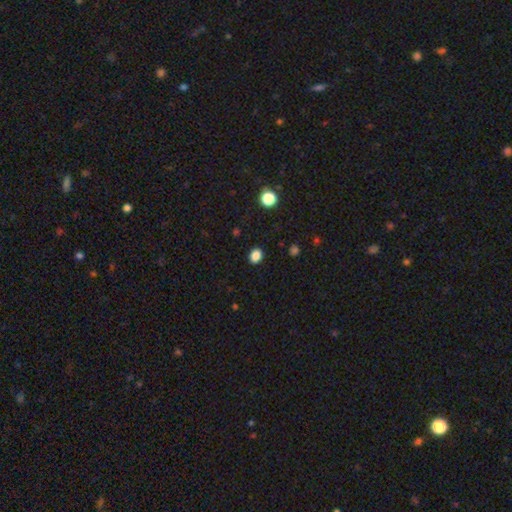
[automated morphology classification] type=smooth (86%); roundness=in between (54%); merging=none (89%).